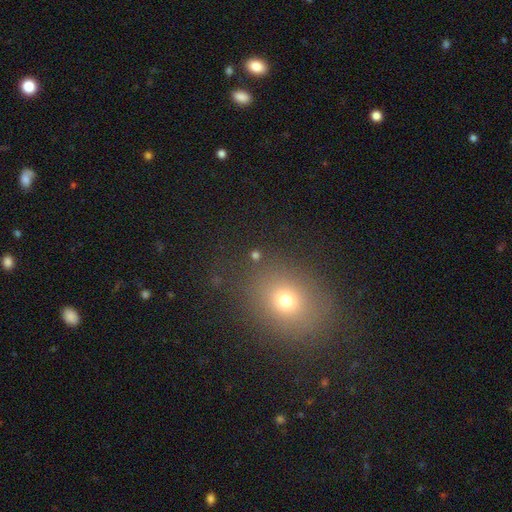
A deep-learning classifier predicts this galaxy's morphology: smooth 60%, star or artifact 30%, featured or disk 11%. Down the decision tree: how rounded — round (73%); merging — none (79%).